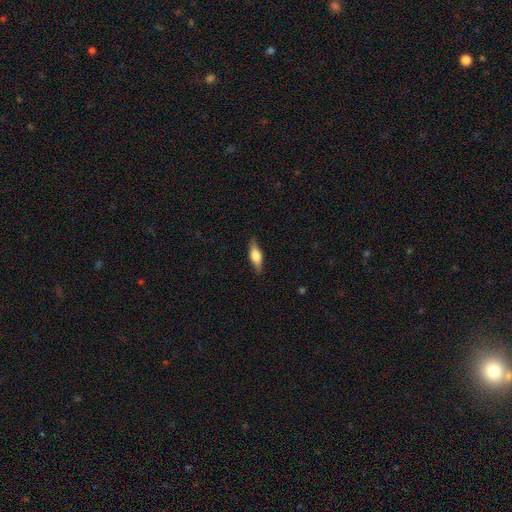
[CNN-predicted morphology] Smooth or featured?
  - smooth: 60% *
  - featured or disk: 34%
  - star or artifact: 6%
How rounded?
  - in between: 62% *
  - cigar-shaped: 35%
  - round: 3%
Merging?
  - none: 82% *
  - minor disturbance: 14%
  - major disturbance: 3%
  - merger: 1%